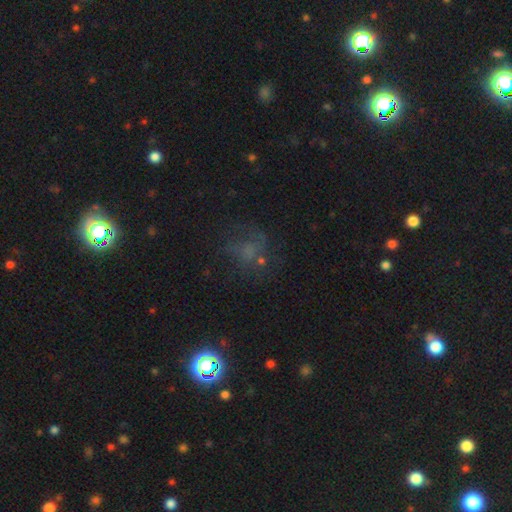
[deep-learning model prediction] Smooth or featured? Predicted: star or artifact (p=0.39).